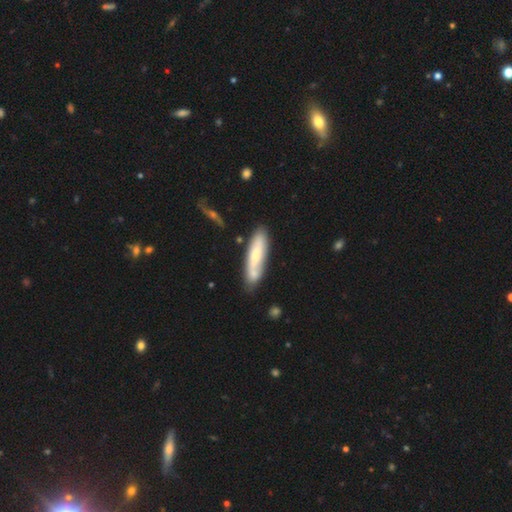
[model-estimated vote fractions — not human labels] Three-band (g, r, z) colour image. It shows a smooth galaxy with no disk features (51%) that is cigar-shaped (68%). Merging: none (69%).